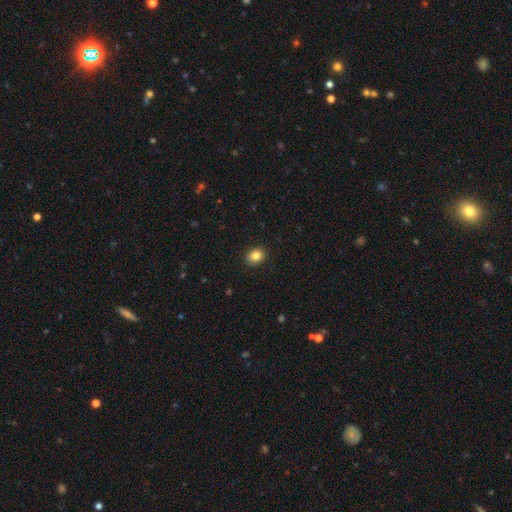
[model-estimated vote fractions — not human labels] Overall: smooth (83%). How rounded: round (57%; in between 42%). Merging: none (90%).